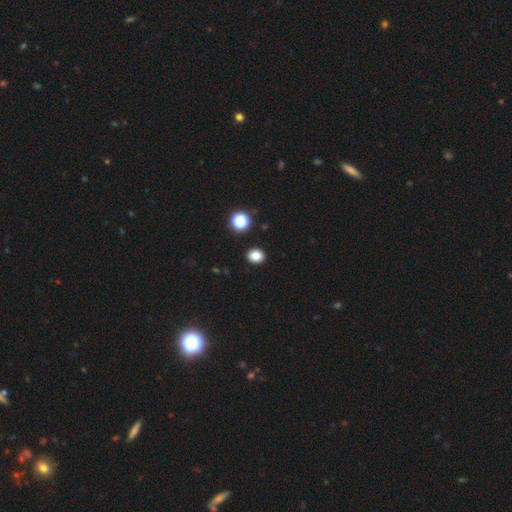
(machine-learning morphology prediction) Q: Smooth or featured?
A: smooth (84%); runner-up: star or artifact (12%)
Q: How rounded?
A: round (61%); runner-up: in between (38%)
Q: Merging?
A: none (91%); runner-up: minor disturbance (6%)